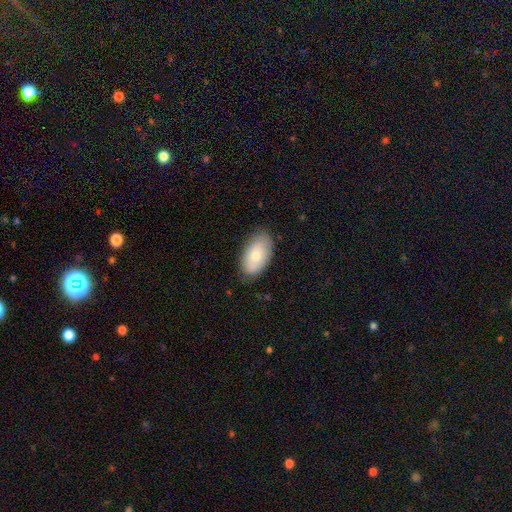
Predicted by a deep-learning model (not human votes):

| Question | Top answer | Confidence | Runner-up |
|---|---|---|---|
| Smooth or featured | smooth | 74% | featured or disk (20%) |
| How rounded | in between | 94% | round (4%) |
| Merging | none | 80% | minor disturbance (16%) |